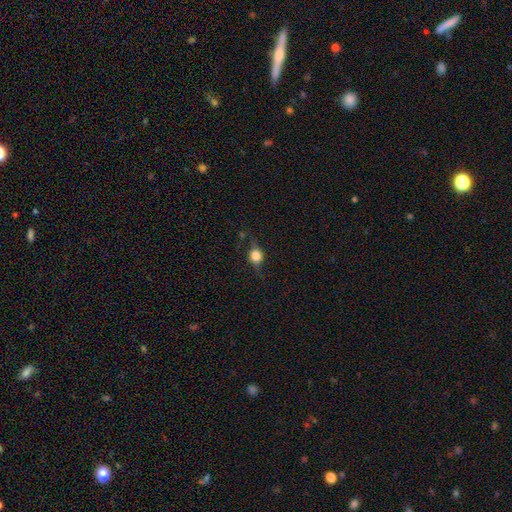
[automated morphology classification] Smooth or featured: smooth — 56% (featured or disk — 32%)
How rounded: round — 73% (in between — 25%)
Merging: none — 69% (minor disturbance — 21%)